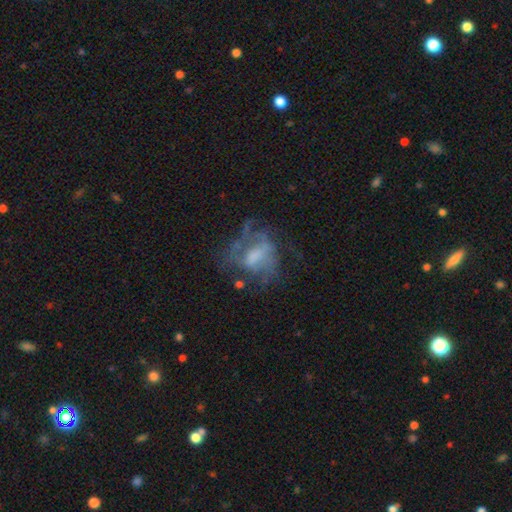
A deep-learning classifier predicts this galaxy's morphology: Q: Smooth or featured?
A: featured or disk (62%); runner-up: smooth (26%)
Q: Edge-on disk?
A: no (97%); runner-up: yes (3%)
Q: Bar?
A: no (48%); runner-up: weak (40%)
Q: Spiral arms?
A: no (53%); runner-up: yes (47%)
Q: Bulge size?
A: moderate (34%); runner-up: none (28%)
Q: Merging?
A: none (40%); runner-up: major disturbance (36%)